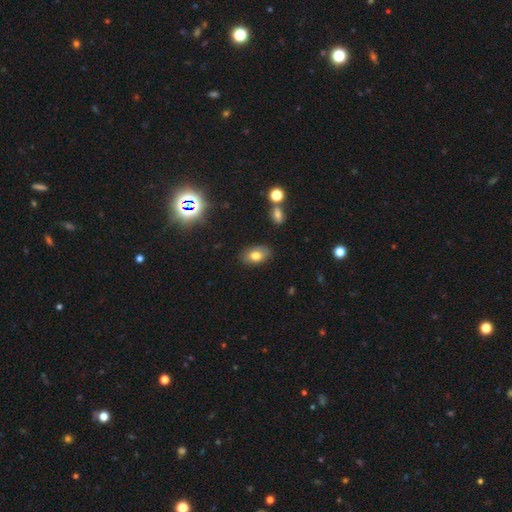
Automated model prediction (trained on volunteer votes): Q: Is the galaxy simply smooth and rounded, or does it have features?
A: smooth — 76%.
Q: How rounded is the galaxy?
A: in between — 87%.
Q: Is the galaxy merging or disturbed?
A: none — 84%.